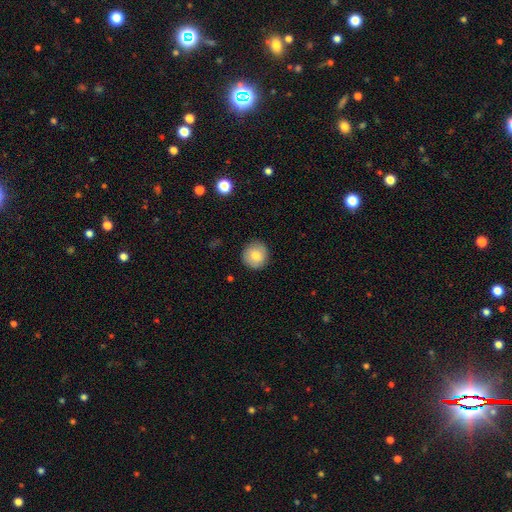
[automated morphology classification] This appears to be a smooth galaxy with no disk features (80%) that is round (92%). Merging: none (89%).